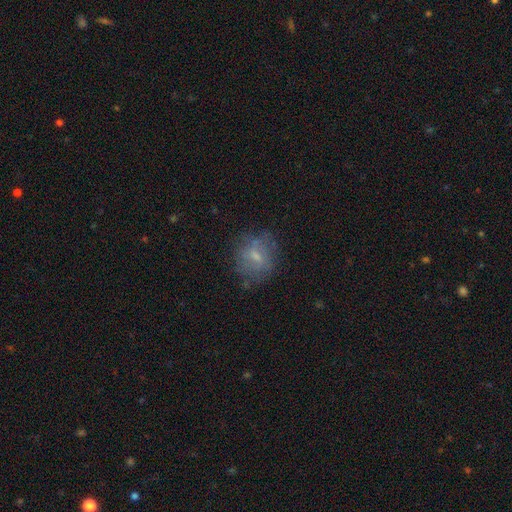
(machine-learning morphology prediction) A smooth galaxy with no disk features (56%) that is round (66%).

Vote fractions:
- Smooth or featured? smooth: 56% / featured or disk: 33% / star or artifact: 11%
- How rounded? round: 66% / in between: 33% / cigar-shaped: 2%
- Merging? none: 67% / minor disturbance: 20% / major disturbance: 11% / merger: 2%